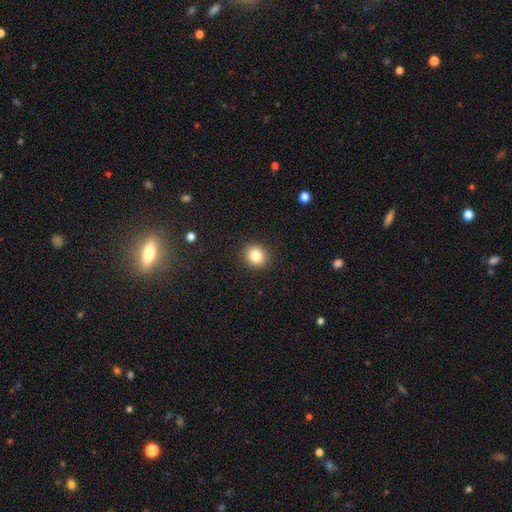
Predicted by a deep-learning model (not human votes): smooth-or-featured: smooth: 83% | star or artifact: 11% | featured or disk: 6%
  how-rounded: round: 88% | in between: 11% | cigar-shaped: 1%
  merging: none: 91% | minor disturbance: 6% | major disturbance: 2% | merger: 1%